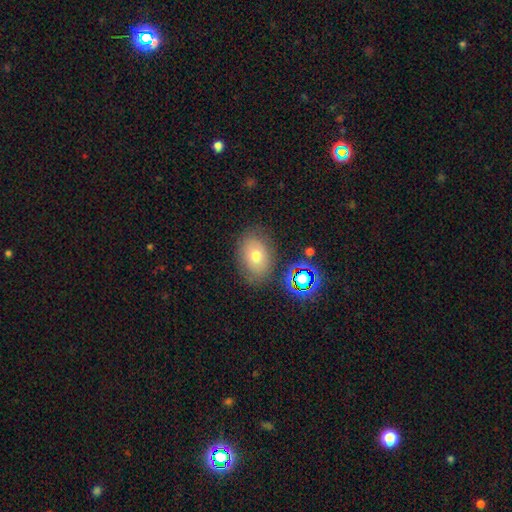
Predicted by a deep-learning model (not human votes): Q: Smooth or featured?
A: smooth (65%); runner-up: featured or disk (20%)
Q: How rounded?
A: in between (72%); runner-up: round (27%)
Q: Merging?
A: none (77%); runner-up: minor disturbance (15%)